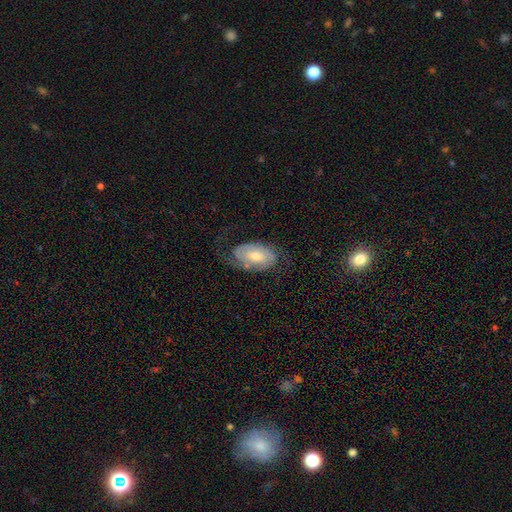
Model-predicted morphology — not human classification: This appears to be a featured or disk galaxy (70%) with no bar (52%), 2 (72%) tight (40%) spiral arms (90%) and a moderate central bulge (58%). Merging: none (62%).